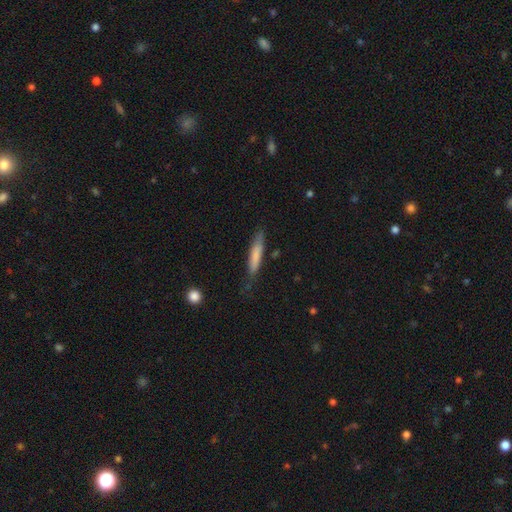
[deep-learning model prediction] A smooth galaxy with no disk features (74%) that is cigar-shaped (88%).

Vote fractions:
- Smooth or featured? smooth: 74% / featured or disk: 20% / star or artifact: 5%
- How rounded? cigar-shaped: 88% / in between: 10% / round: 1%
- Merging? none: 70% / minor disturbance: 22% / major disturbance: 5% / merger: 2%